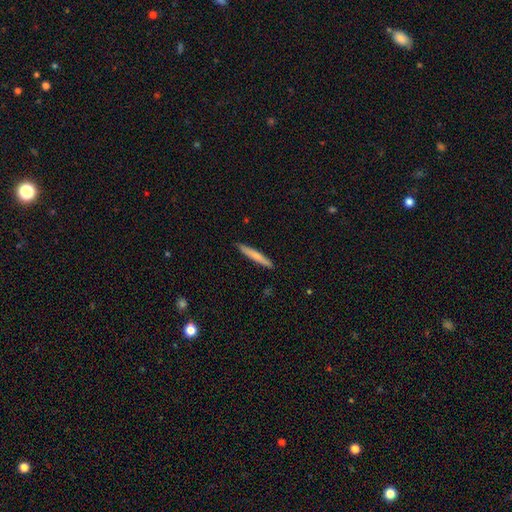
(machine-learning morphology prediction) This is likely a smooth galaxy (72%). How rounded: clearly cigar-shaped (95%). Merging: clearly none (91%).